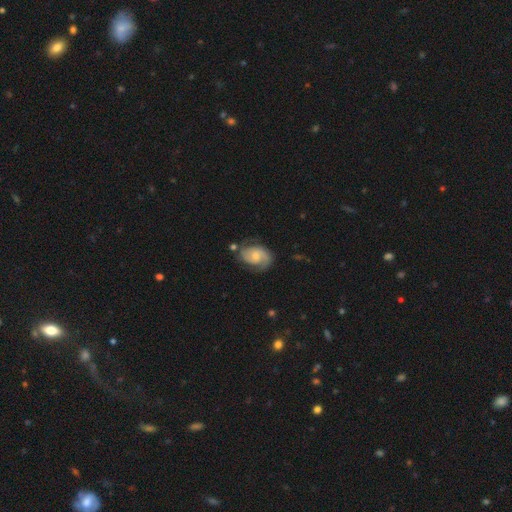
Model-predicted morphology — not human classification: The model was most divided on "bulge size": small: 45%, moderate: 40%, none: 10%, large: 4%, dominant: 1%. Remaining: edge-on disk — no (98%); spiral arms — yes (96%); spiral arm count — 2 (86%); smooth or featured — featured or disk (81%); merging — none (71%); bar — no (51%); spiral winding — medium (49%).